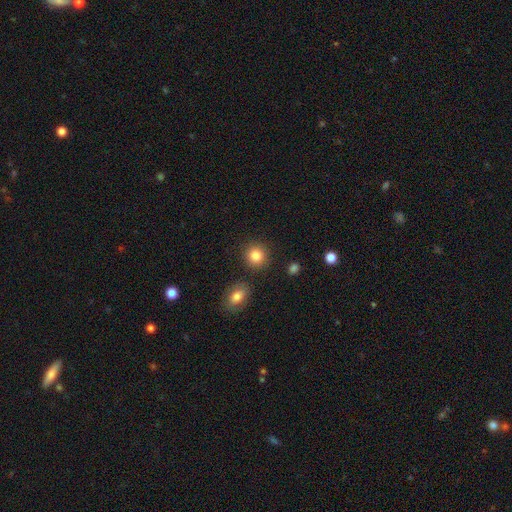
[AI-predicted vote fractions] smooth-or-featured: smooth: 86% | star or artifact: 9% | featured or disk: 5%
  how-rounded: round: 87% | in between: 12% | cigar-shaped: 1%
  merging: none: 86% | minor disturbance: 8% | merger: 4% | major disturbance: 3%